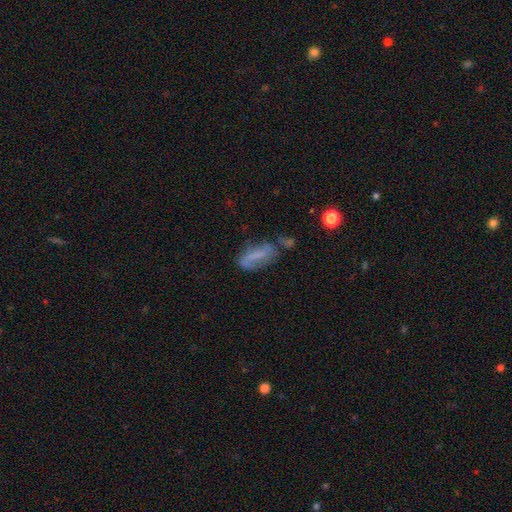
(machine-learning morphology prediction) This appears to be a featured or disk galaxy (48%). Merging: none (44%).